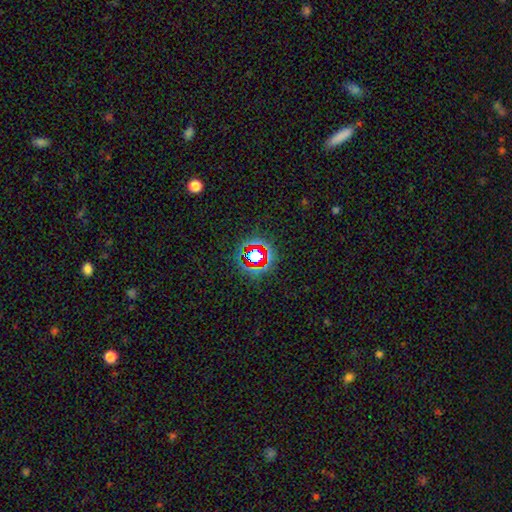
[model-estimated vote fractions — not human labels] Smooth or featured? Predicted: star or artifact (p=0.73).